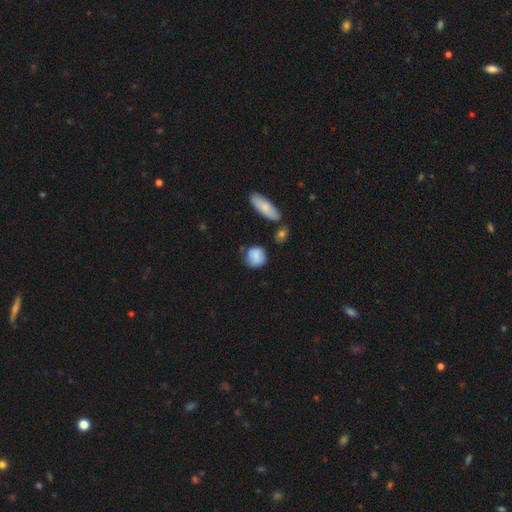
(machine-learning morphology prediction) Q: Smooth or featured?
A: smooth (79%); runner-up: featured or disk (14%)
Q: How rounded?
A: round (78%); runner-up: in between (20%)
Q: Merging?
A: none (72%); runner-up: minor disturbance (19%)